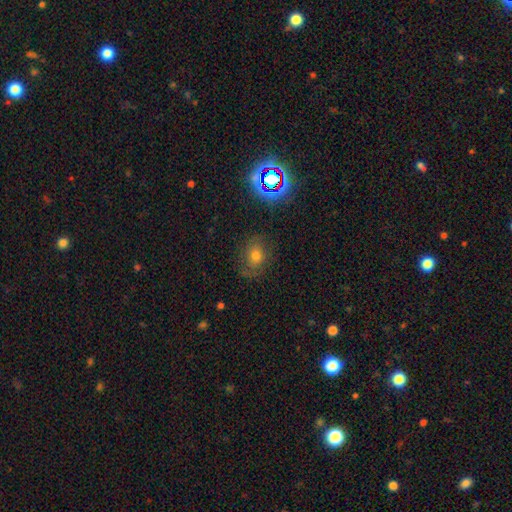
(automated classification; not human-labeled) Smooth or featured?
  - smooth: 50% *
  - featured or disk: 25%
  - star or artifact: 25%
How rounded?
  - round: 52% *
  - in between: 47%
  - cigar-shaped: 1%
Merging?
  - none: 70% *
  - minor disturbance: 19%
  - major disturbance: 10%
  - merger: 2%